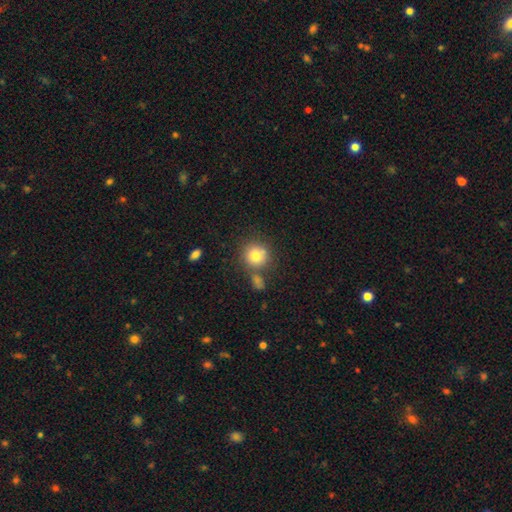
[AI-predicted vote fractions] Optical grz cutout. It shows a smooth galaxy with no disk features (80%) that is round (89%). Merging: none (64%).